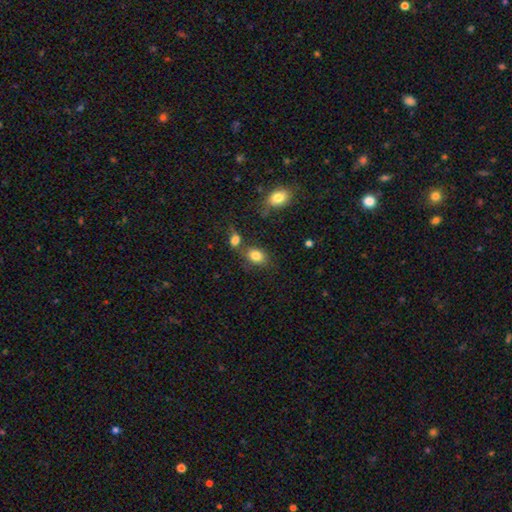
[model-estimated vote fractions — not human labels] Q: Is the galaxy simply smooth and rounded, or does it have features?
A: smooth — 82%.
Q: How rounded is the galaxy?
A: in between — 76%.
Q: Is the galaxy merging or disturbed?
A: none — 64%.